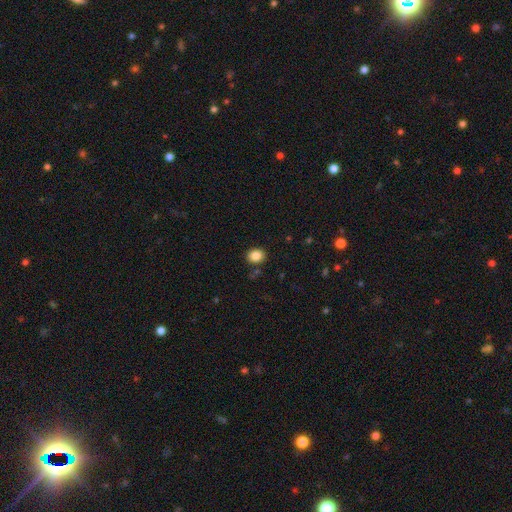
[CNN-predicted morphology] smooth-or-featured: smooth: 86% | star or artifact: 10% | featured or disk: 5%
  how-rounded: round: 52% | in between: 47% | cigar-shaped: 1%
  merging: none: 86% | minor disturbance: 9% | merger: 3% | major disturbance: 2%